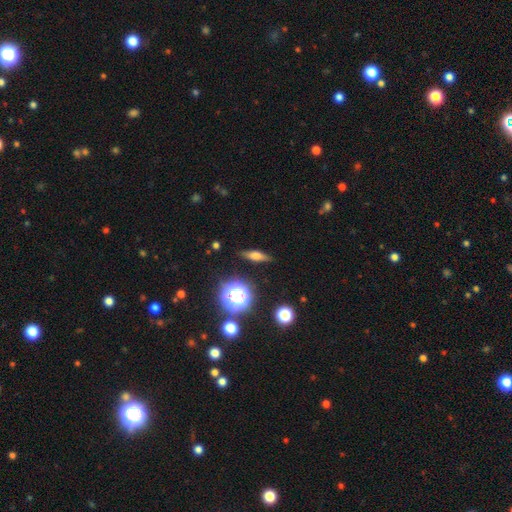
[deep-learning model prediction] A smooth galaxy with no disk features (47%). Merging: none (85%).